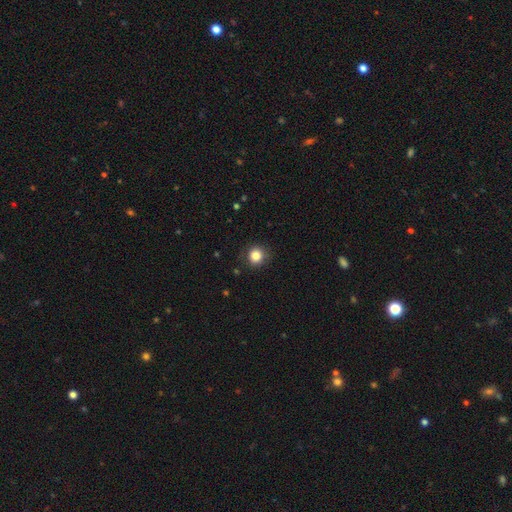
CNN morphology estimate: Overall: smooth (84%). How rounded: round (90%). Merging: none (86%).